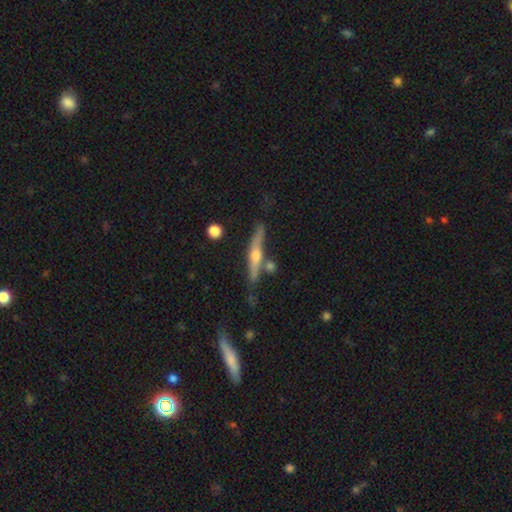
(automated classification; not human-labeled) Smooth or featured?
  - featured or disk: 73% *
  - smooth: 21%
  - star or artifact: 6%
Edge-on disk?
  - yes: 96% *
  - no: 4%
Edge-on bulge?
  - rounded: 92% *
  - none: 5%
  - boxy: 4%
Merging?
  - none: 76% *
  - minor disturbance: 14%
  - merger: 8%
  - major disturbance: 3%